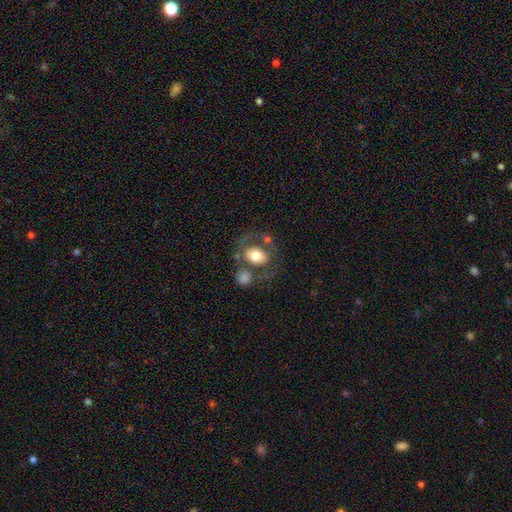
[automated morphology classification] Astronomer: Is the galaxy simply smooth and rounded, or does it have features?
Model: smooth — 63%.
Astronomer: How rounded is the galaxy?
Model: in between — 60% (runner-up: round, 39%).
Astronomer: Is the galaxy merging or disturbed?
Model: none — 51%.